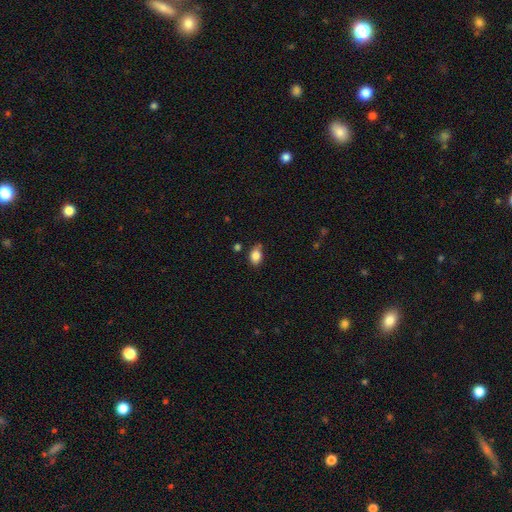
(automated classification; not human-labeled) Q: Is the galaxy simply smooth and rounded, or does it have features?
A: smooth — 85%.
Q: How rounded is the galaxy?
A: in between — 80%.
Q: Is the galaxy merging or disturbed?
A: none — 73%.